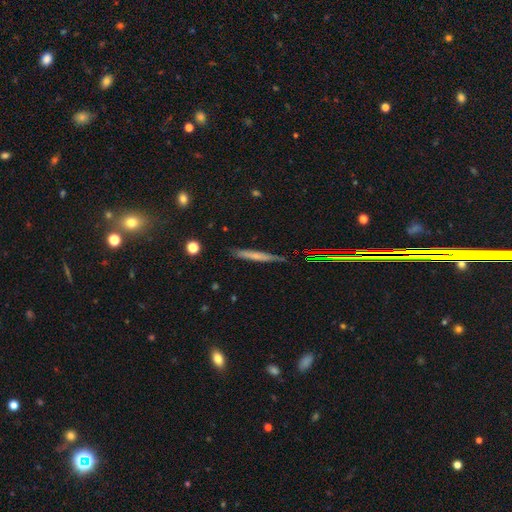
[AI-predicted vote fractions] smooth_or_featured: smooth (p=0.54) [alt: featured or disk p=0.36]
how_rounded: cigar-shaped (p=0.94) [alt: in between p=0.04]
merging: none (p=0.84) [alt: minor disturbance p=0.12]